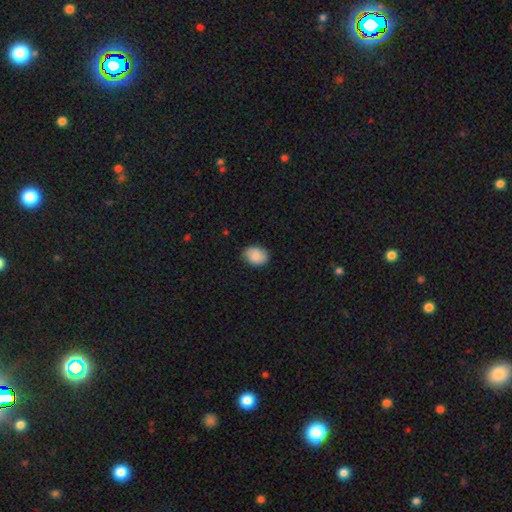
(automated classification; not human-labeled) A smooth galaxy with no disk features (85%) that is in between round and cigar-shaped (69%).

Vote fractions:
- Smooth or featured? smooth: 85% / featured or disk: 8% / star or artifact: 7%
- How rounded? in between: 69% / round: 30% / cigar-shaped: 1%
- Merging? none: 85% / minor disturbance: 11% / major disturbance: 2% / merger: 1%